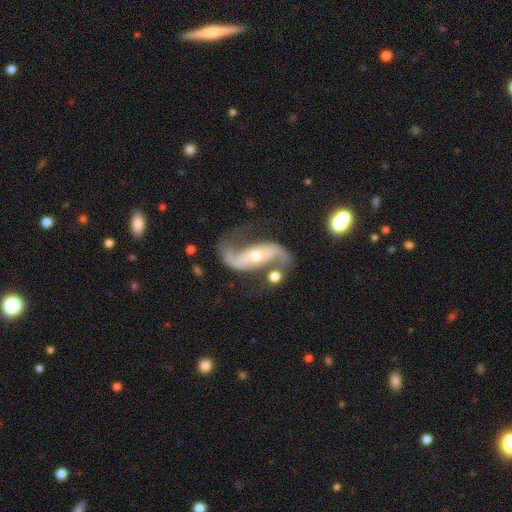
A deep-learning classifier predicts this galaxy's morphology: The model was most divided on "bar": no: 37%, strong: 34%, weak: 29%. Remaining: spiral arms — yes (96%); edge-on disk — no (96%); spiral arm count — 2 (93%); smooth or featured — featured or disk (90%); spiral winding — loose (65%); merging — none (62%); bulge size — moderate (49%).